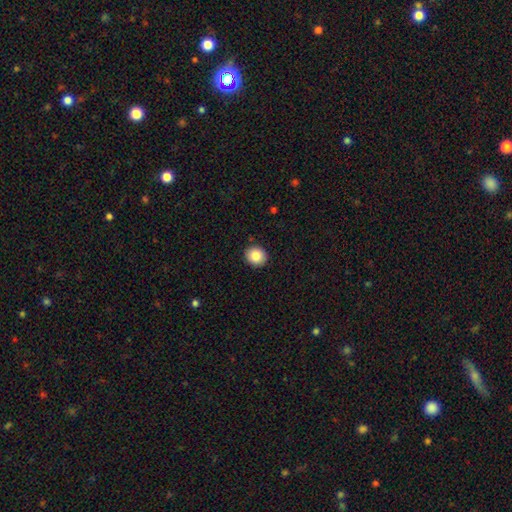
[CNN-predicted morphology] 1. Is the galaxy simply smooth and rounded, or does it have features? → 86% smooth, 9% star or artifact, 5% featured or disk.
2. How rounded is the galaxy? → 79% round, 20% in between, 1% cigar-shaped.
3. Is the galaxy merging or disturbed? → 91% none, 6% minor disturbance, 2% major disturbance, 1% merger.